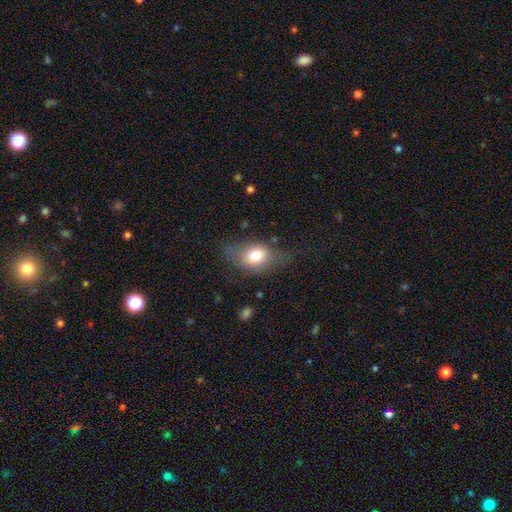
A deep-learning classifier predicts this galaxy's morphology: A smooth galaxy with no disk features (71%) that is in between round and cigar-shaped (73%).

Vote fractions:
- Smooth or featured? smooth: 71% / featured or disk: 20% / star or artifact: 9%
- How rounded? in between: 73% / round: 24% / cigar-shaped: 3%
- Merging? none: 51% / minor disturbance: 28% / major disturbance: 19% / merger: 2%